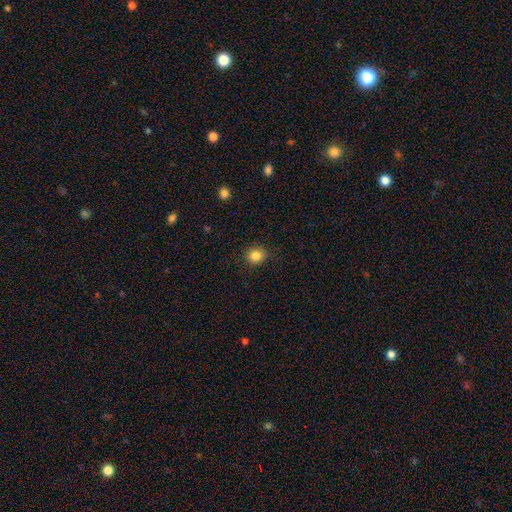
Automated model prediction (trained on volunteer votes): This appears to be a smooth galaxy with no disk features (85%) that is round (83%). Merging: none (89%).